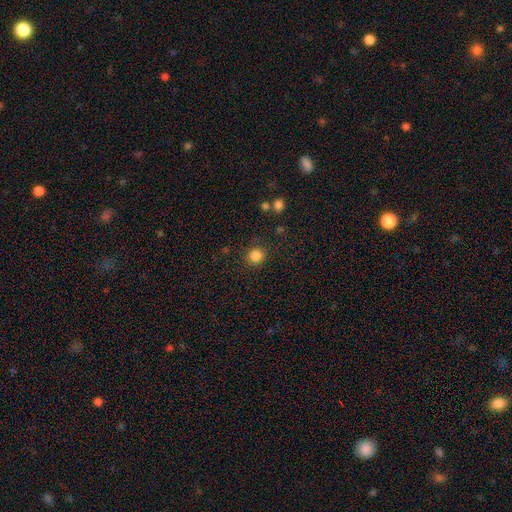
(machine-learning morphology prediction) Smooth or featured? smooth (85%)
How rounded? round (91%)
Merging? none (88%)